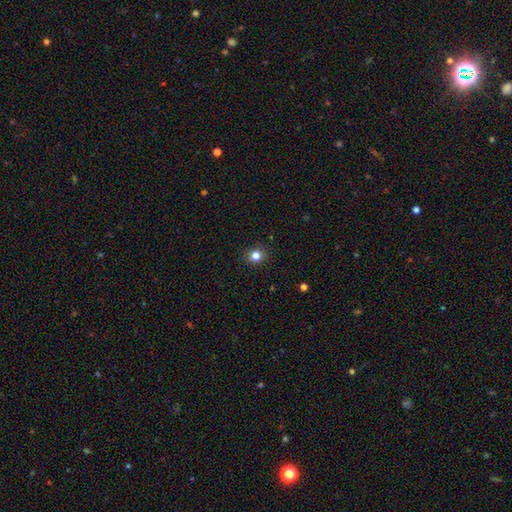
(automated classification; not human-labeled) Overall: smooth (81%). How rounded: round (82%). Merging: none (90%).